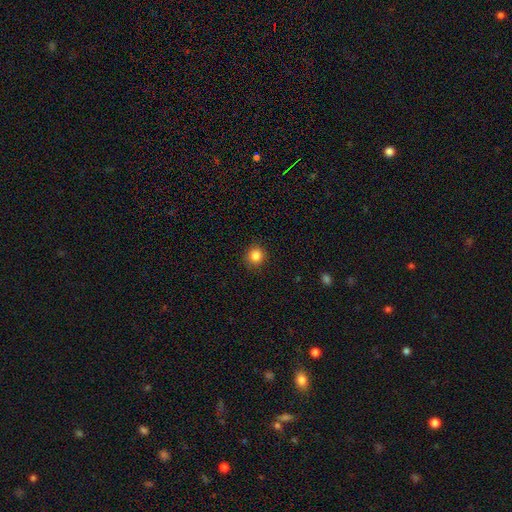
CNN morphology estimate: A smooth galaxy with no disk features (84%) that is round (90%). Merging: none (90%).